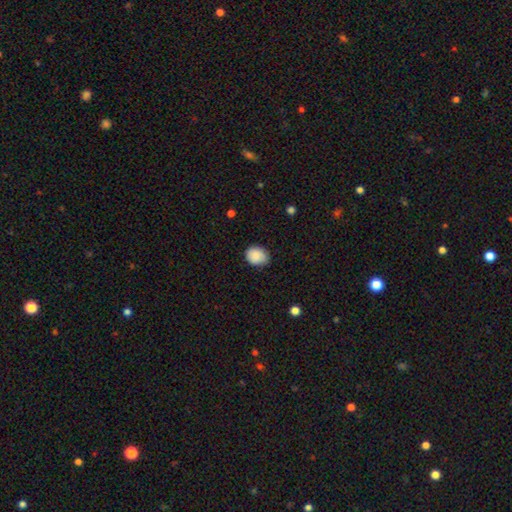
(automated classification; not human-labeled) This appears to be a smooth galaxy with no disk features (89%) that is round (54%). Merging: none (76%).